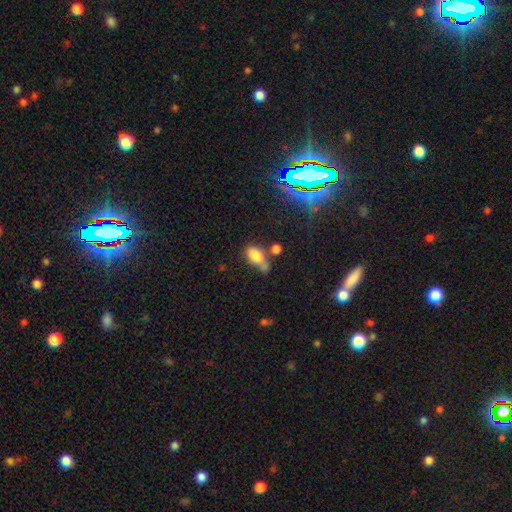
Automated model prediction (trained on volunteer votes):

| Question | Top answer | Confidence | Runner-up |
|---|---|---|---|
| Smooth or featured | smooth | 78% | star or artifact (11%) |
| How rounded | in between | 87% | round (9%) |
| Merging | none | 36% | merger (34%) |